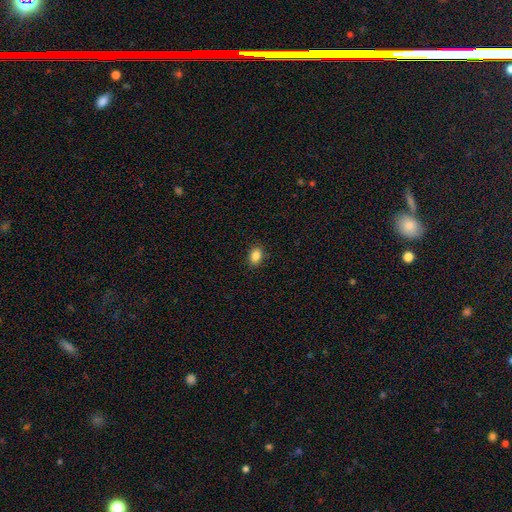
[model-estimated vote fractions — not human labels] Smooth or featured? Predicted: smooth (p=0.86). How rounded? Predicted: in between (p=0.79). Merging? Predicted: none (p=0.89).